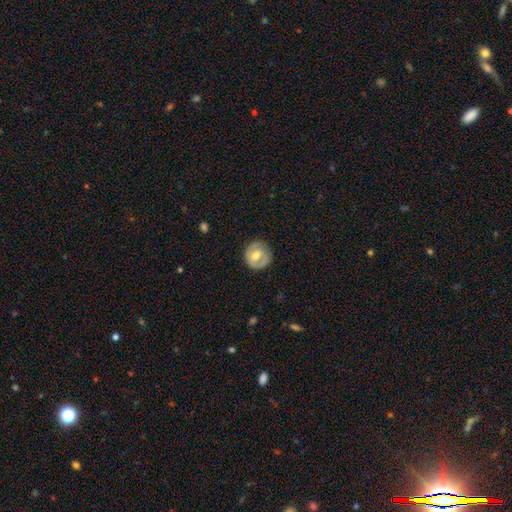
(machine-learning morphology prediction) The model was most divided on "bar": weak: 43%, no: 39%, strong: 18%. More confident: edge-on disk — no (96%); merging — none (81%); bulge size — moderate (73%); smooth or featured — featured or disk (58%); spiral arms — yes (56%).